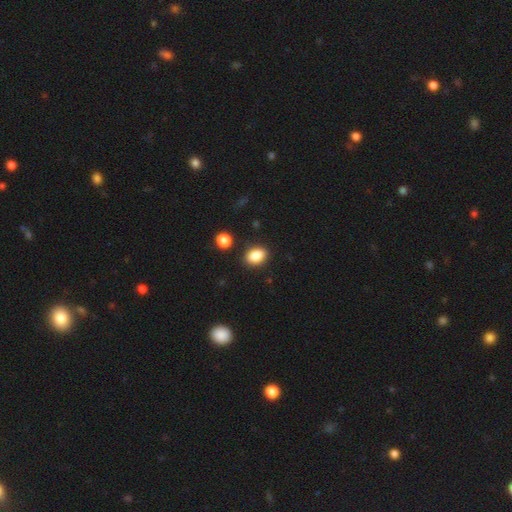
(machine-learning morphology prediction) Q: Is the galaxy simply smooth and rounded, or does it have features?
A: smooth — 87%.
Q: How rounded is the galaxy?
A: in between — 74%.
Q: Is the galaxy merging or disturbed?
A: none — 85%.